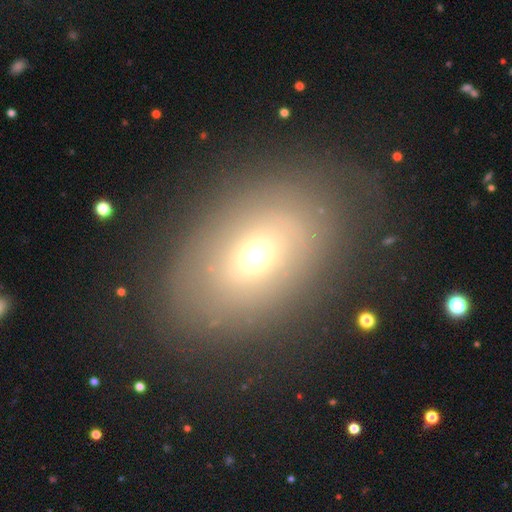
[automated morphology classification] A smooth galaxy with no disk features (57%) that is in between round and cigar-shaped (76%). Merging: none (74%).